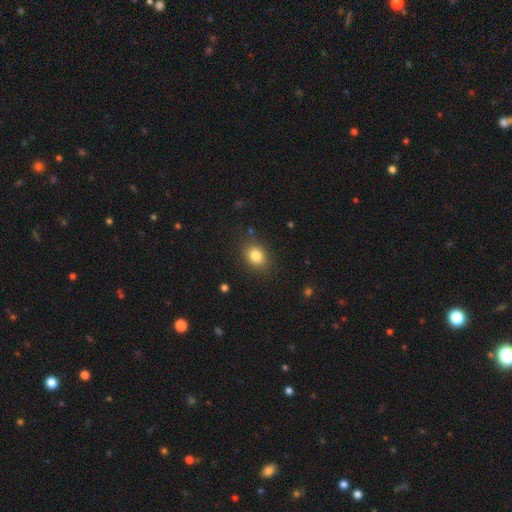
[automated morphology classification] smooth_or_featured: smooth (p=0.83) [alt: star or artifact p=0.10]
how_rounded: in between (p=0.54) [alt: round p=0.45]
merging: none (p=0.84) [alt: minor disturbance p=0.11]